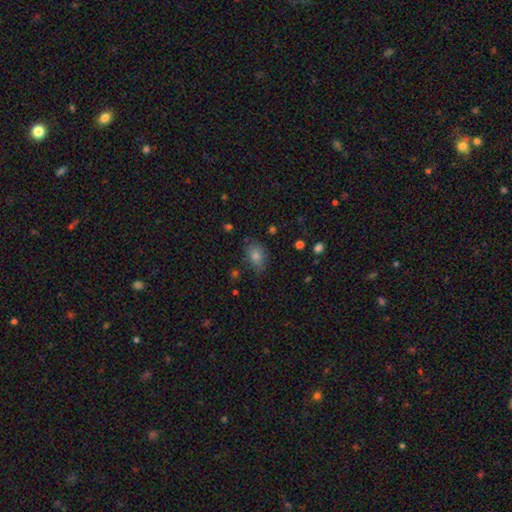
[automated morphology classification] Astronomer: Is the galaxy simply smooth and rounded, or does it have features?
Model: smooth — 75%.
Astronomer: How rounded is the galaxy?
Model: in between — 77%.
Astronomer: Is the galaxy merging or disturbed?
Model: none — 76%.